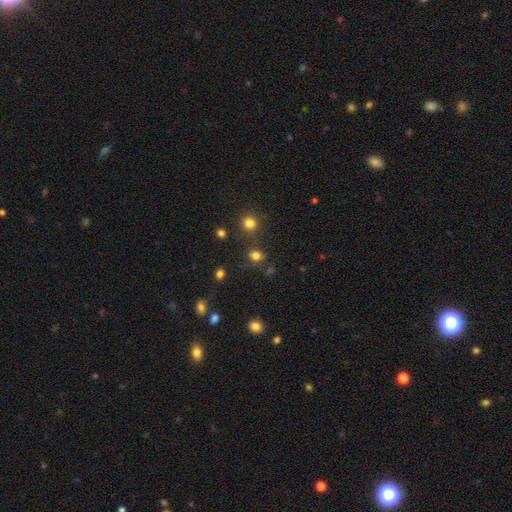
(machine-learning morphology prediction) smooth 76%, star or artifact 17%, featured or disk 6%. Down the decision tree: how rounded — round (67%); merging — none (71%).